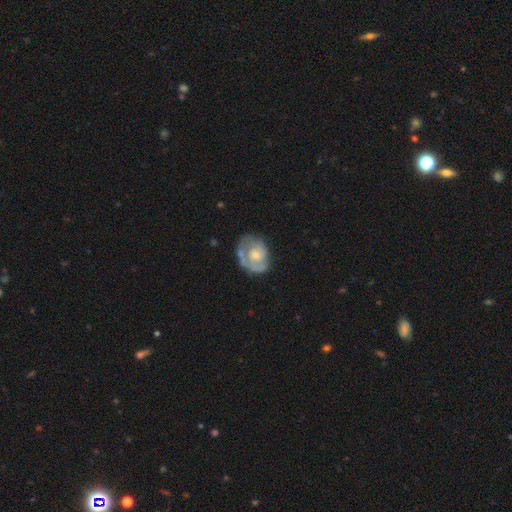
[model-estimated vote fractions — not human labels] This appears to be a featured or disk galaxy (67%) with no bar (75%), spiral arms (72%) and a small central bulge (50%). Merging: none (52%).